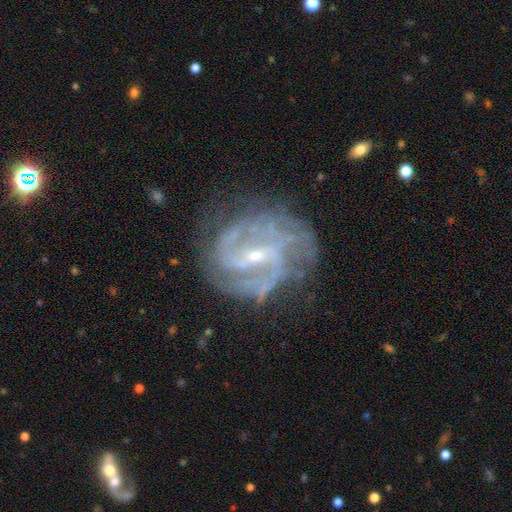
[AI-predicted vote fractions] Morphology: type=featured or disk (89%); edge-on=no (98%); bar=weak (49%); spiral arms=yes (95%); winding=medium (46%); arm count=2 (40%); bulge=small (73%); merging=none (65%).